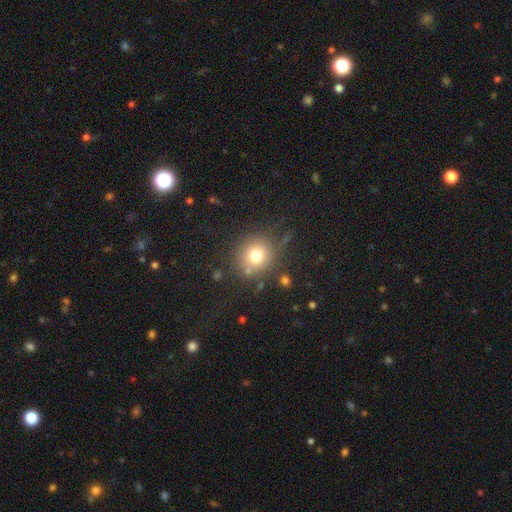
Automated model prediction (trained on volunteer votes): Smooth or featured: smooth — 75% (star or artifact — 14%)
How rounded: round — 89% (in between — 10%)
Merging: none — 80% (minor disturbance — 11%)